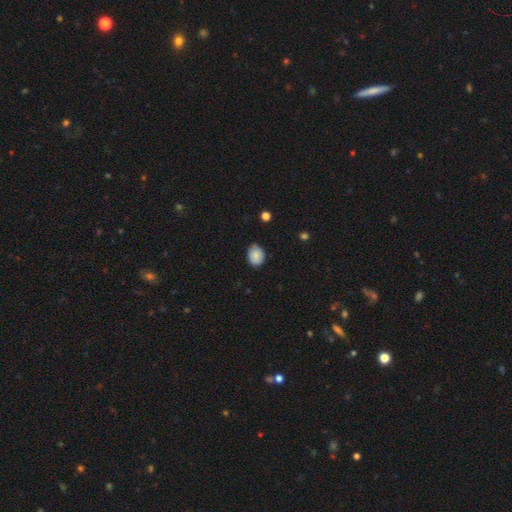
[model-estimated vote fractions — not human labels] Smooth or featured: smooth — 84% (featured or disk — 8%)
How rounded: in between — 60% (round — 39%)
Merging: none — 76% (minor disturbance — 20%)